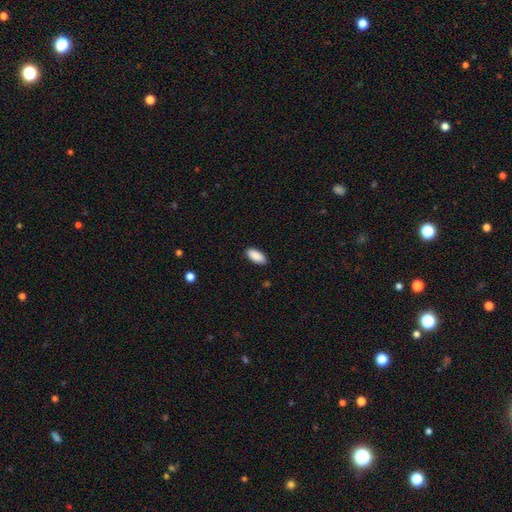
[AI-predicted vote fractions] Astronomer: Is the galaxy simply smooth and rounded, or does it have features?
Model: smooth — 90%.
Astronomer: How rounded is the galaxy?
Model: in between — 90%.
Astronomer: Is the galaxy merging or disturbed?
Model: none — 88%.